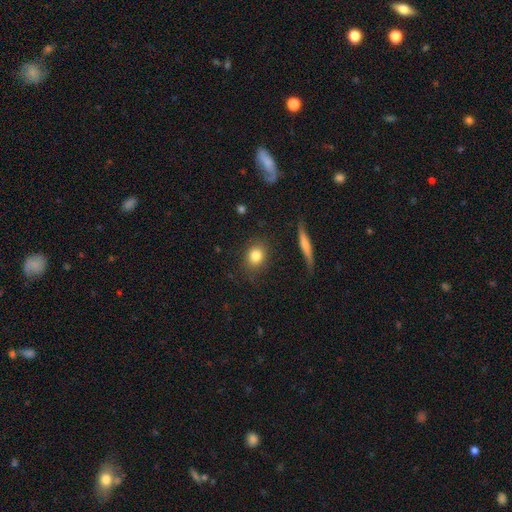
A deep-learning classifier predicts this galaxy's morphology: Smooth or featured?
  - smooth: 82% *
  - star or artifact: 9%
  - featured or disk: 9%
How rounded?
  - round: 61% *
  - in between: 36%
  - cigar-shaped: 3%
Merging?
  - none: 84% *
  - minor disturbance: 11%
  - major disturbance: 3%
  - merger: 2%